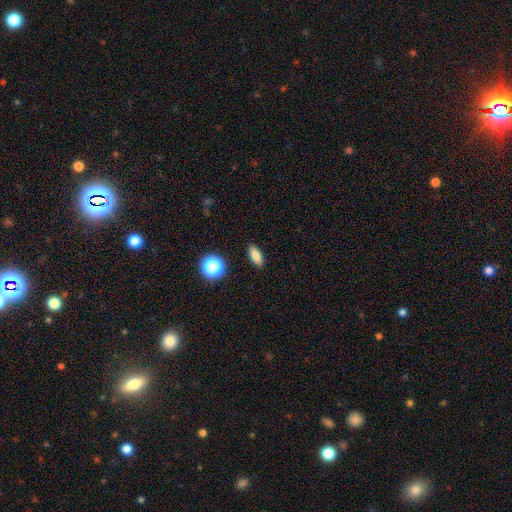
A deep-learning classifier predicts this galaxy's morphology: A smooth galaxy with no disk features (80%) that is in between round and cigar-shaped (72%). Merging: none (89%).